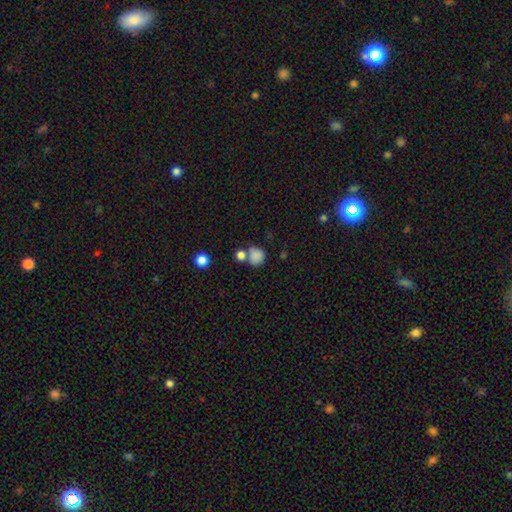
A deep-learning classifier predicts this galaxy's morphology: The model was most divided on "merging": none: 47%, merger: 33%, minor disturbance: 13%, major disturbance: 6%. More confident: smooth or featured — smooth (83%); how rounded — round (75%).